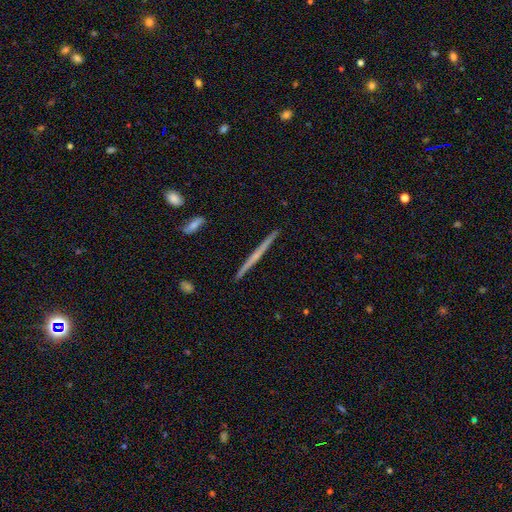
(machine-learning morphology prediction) smooth_or_featured: featured or disk (p=0.60) [alt: smooth p=0.33]
disk_edge_on: yes (p=0.98) [alt: no p=0.02]
edge_on_bulge: none (p=0.76) [alt: rounded p=0.19]
merging: none (p=0.92) [alt: minor disturbance p=0.05]